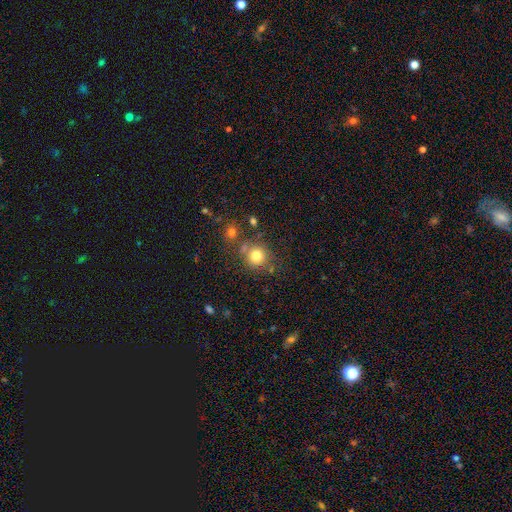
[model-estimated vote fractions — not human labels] Q: Smooth or featured?
A: smooth (79%); runner-up: star or artifact (12%)
Q: How rounded?
A: round (89%); runner-up: in between (10%)
Q: Merging?
A: none (69%); runner-up: merger (15%)